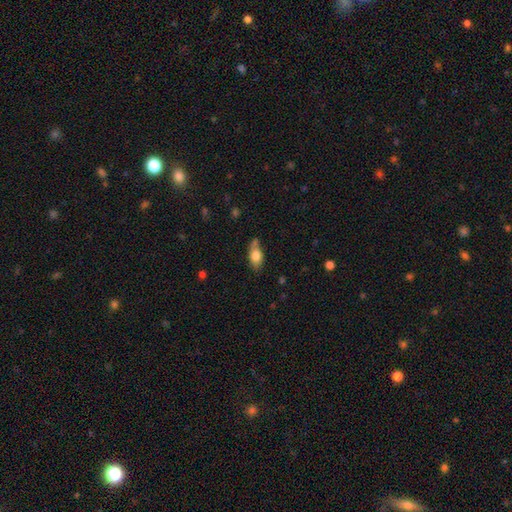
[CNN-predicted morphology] smooth_or_featured: smooth (p=0.76) [alt: featured or disk p=0.16]
how_rounded: in between (p=0.84) [alt: cigar-shaped p=0.10]
merging: none (p=0.59) [alt: minor disturbance p=0.27]